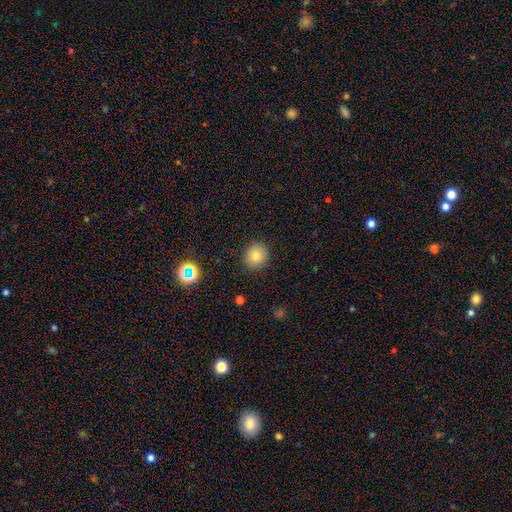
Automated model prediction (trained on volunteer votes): This appears to be a smooth galaxy with no disk features (79%) that is round (84%). Merging: none (90%).